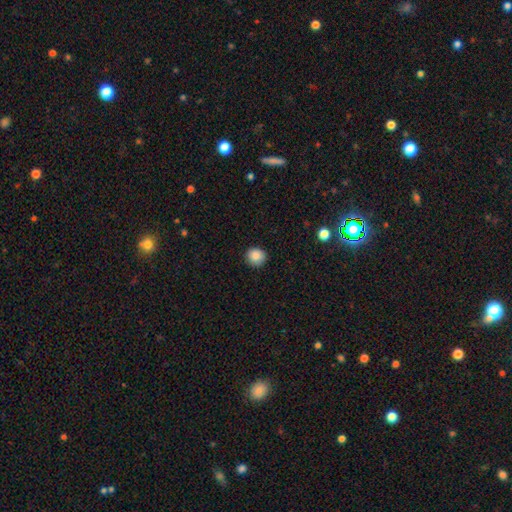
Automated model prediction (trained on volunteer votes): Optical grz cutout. It shows a smooth galaxy with no disk features (87%) that is round (92%). Merging: none (91%).